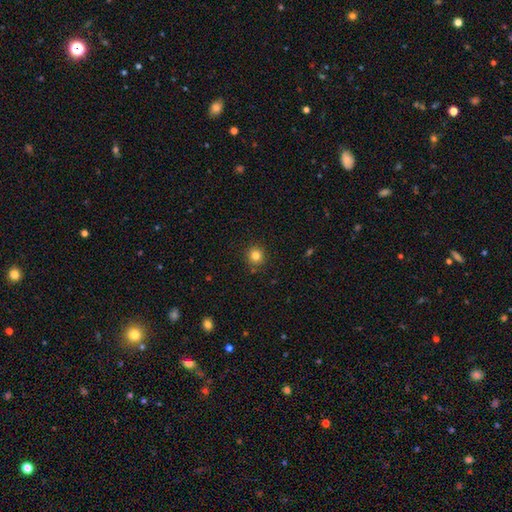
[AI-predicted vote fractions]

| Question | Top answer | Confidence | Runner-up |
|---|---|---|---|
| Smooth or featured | smooth | 82% | star or artifact (13%) |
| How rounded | round | 93% | in between (6%) |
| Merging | none | 88% | minor disturbance (7%) |